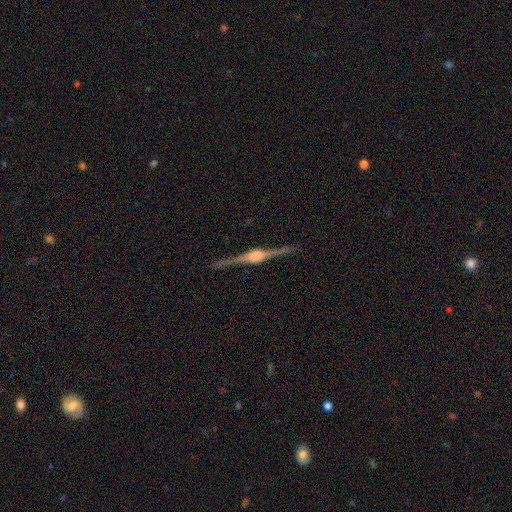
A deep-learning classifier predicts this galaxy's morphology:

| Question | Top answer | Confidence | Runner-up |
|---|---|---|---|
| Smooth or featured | featured or disk | 89% | smooth (6%) |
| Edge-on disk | yes | 98% | no (2%) |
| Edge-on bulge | rounded | 79% | boxy (19%) |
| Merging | none | 89% | minor disturbance (8%) |